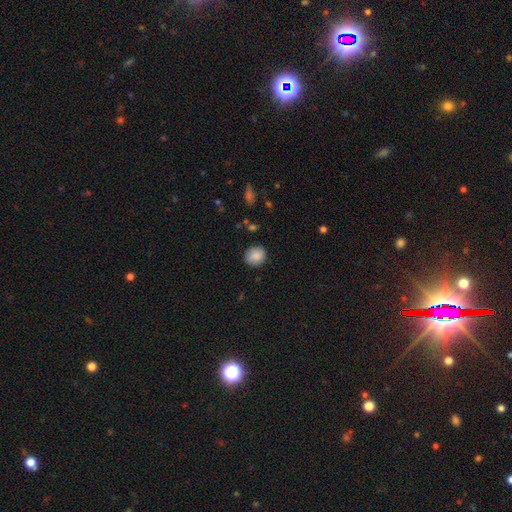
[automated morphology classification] Q: Smooth or featured?
A: smooth (88%); runner-up: star or artifact (8%)
Q: How rounded?
A: round (78%); runner-up: in between (21%)
Q: Merging?
A: none (86%); runner-up: minor disturbance (10%)